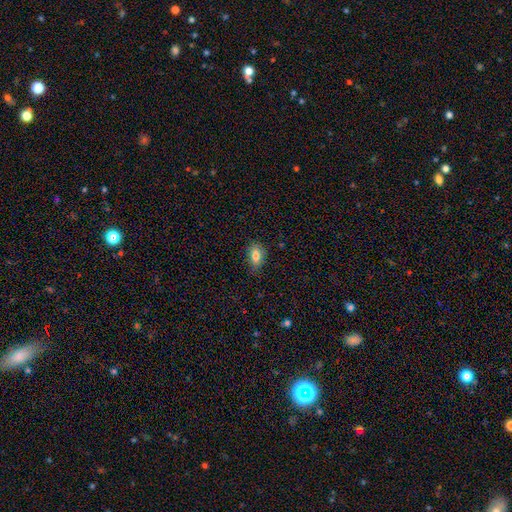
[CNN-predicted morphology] Overall: smooth (81%). How rounded: in between (86%). Merging: none (79%).